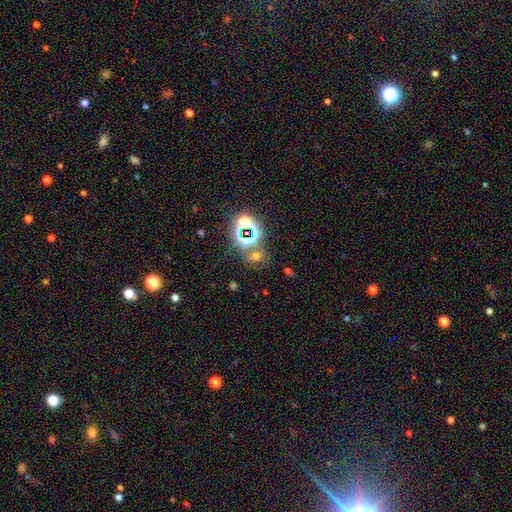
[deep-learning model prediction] star or artifact 49%, smooth 42%, featured or disk 10%.